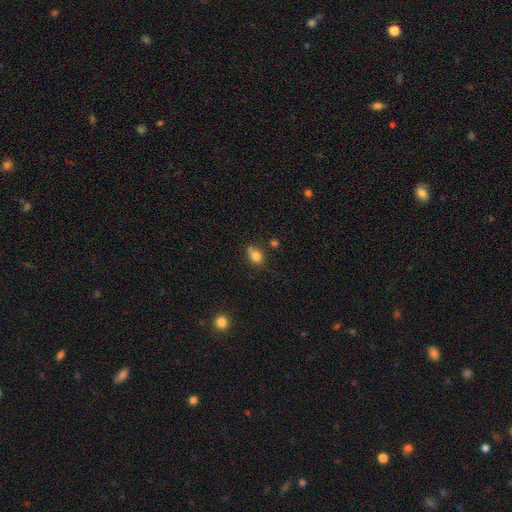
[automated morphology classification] Smooth or featured? smooth (80%)
How rounded? in between (61%)
Merging? none (55%)